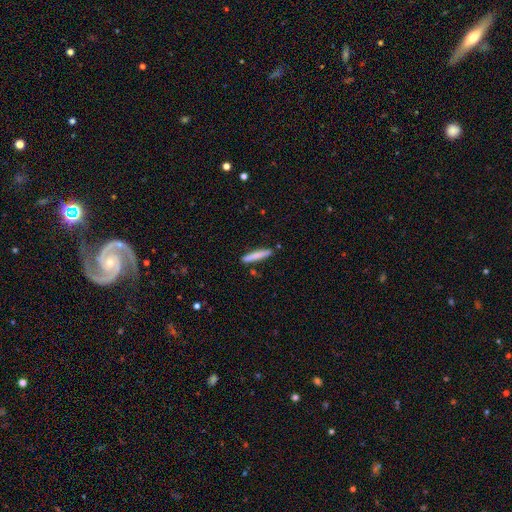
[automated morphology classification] Smooth or featured? Predicted: smooth (p=0.78). How rounded? Predicted: cigar-shaped (p=0.92). Merging? Predicted: none (p=0.86).